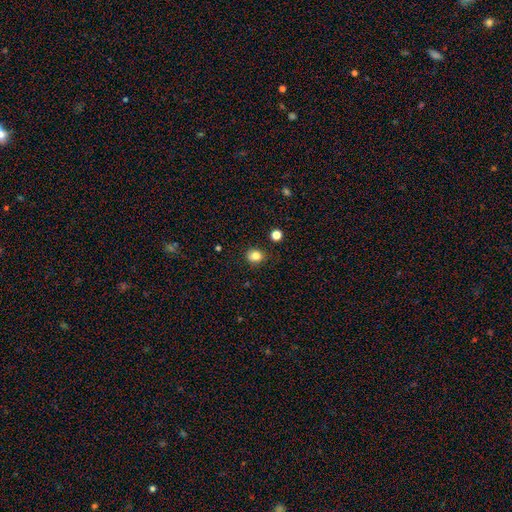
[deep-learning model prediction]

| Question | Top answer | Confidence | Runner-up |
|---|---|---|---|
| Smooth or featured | smooth | 83% | star or artifact (12%) |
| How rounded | round | 68% | in between (31%) |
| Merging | none | 85% | minor disturbance (11%) |